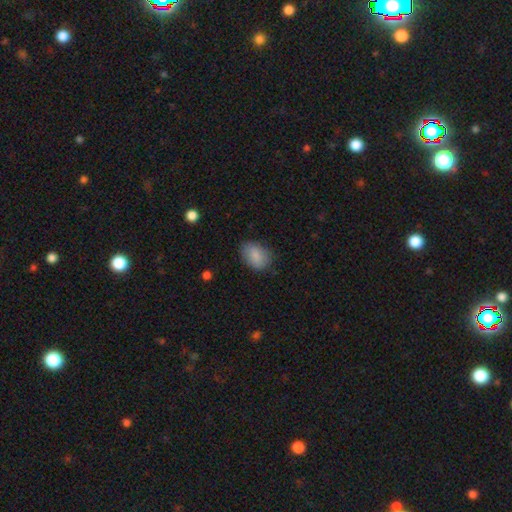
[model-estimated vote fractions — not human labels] A smooth galaxy with no disk features (86%) that is in between round and cigar-shaped (79%).

Vote fractions:
- Smooth or featured? smooth: 86% / star or artifact: 7% / featured or disk: 6%
- How rounded? in between: 79% / round: 20% / cigar-shaped: 1%
- Merging? none: 79% / minor disturbance: 16% / major disturbance: 4% / merger: 1%